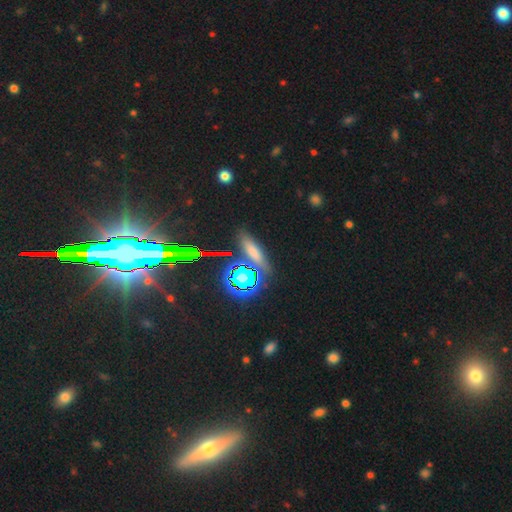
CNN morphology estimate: smooth 50%, star or artifact 35%, featured or disk 15%. Down the decision tree: merging — none (81%).